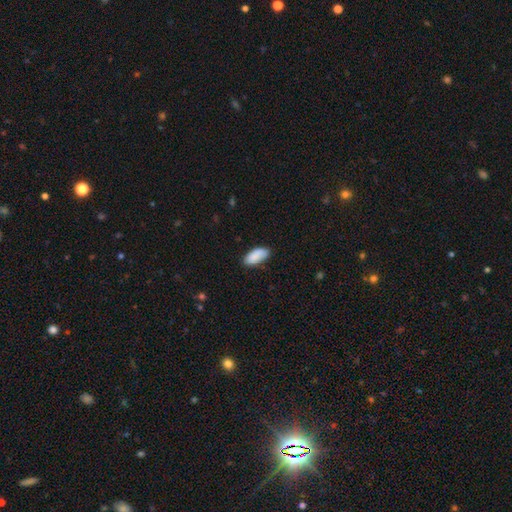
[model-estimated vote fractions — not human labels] Overall: smooth (88%). How rounded: in between (91%). Merging: none (79%).